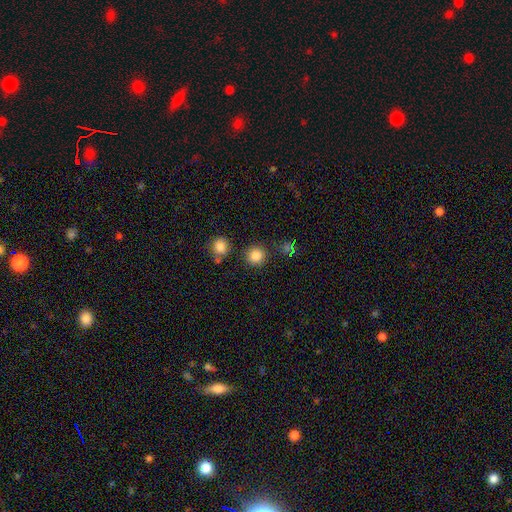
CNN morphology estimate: A smooth galaxy with no disk features (83%) that is round (94%).

Vote fractions:
- Smooth or featured? smooth: 83% / star or artifact: 12% / featured or disk: 4%
- How rounded? round: 94% / in between: 5% / cigar-shaped: 1%
- Merging? none: 86% / minor disturbance: 7% / merger: 5% / major disturbance: 3%